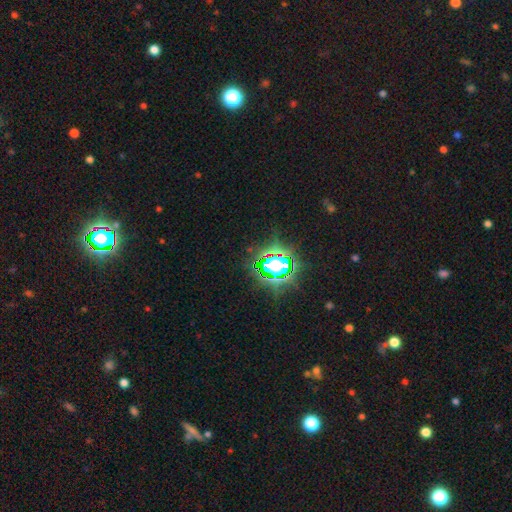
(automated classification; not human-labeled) A star or artifact, not a galaxy (82%).